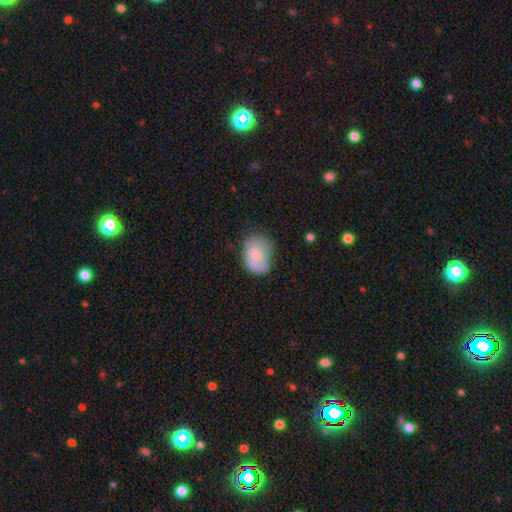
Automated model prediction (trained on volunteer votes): smooth-or-featured: smooth: 65% | featured or disk: 28% | star or artifact: 8%
  how-rounded: in between: 64% | round: 35% | cigar-shaped: 1%
  merging: none: 52% | minor disturbance: 31% | major disturbance: 14% | merger: 3%